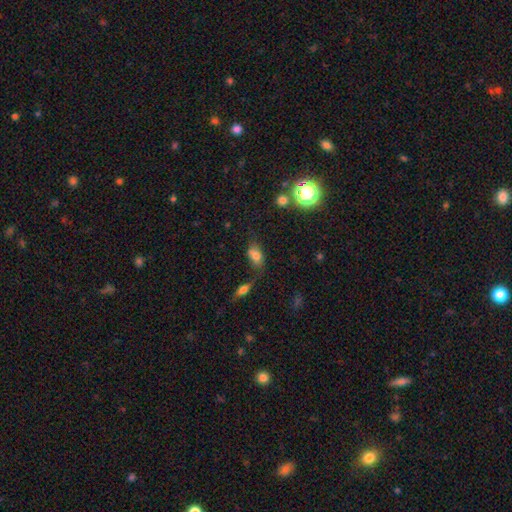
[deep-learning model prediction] Smooth or featured? Predicted: smooth (p=0.69). How rounded? Predicted: in between (p=0.84). Merging? Predicted: none (p=0.49).